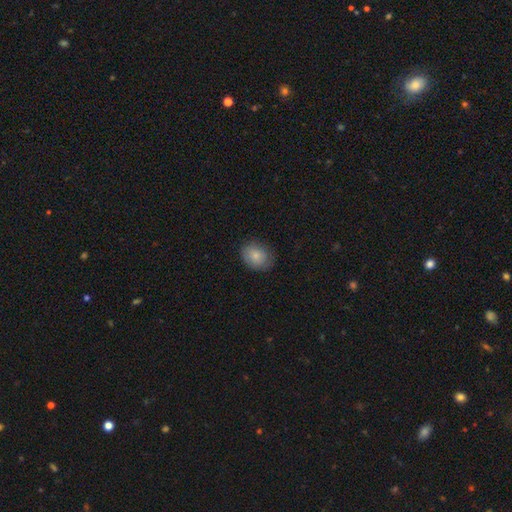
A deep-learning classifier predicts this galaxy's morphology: This appears to be a smooth galaxy with no disk features (83%) that is in between round and cigar-shaped (51%). Merging: none (79%).